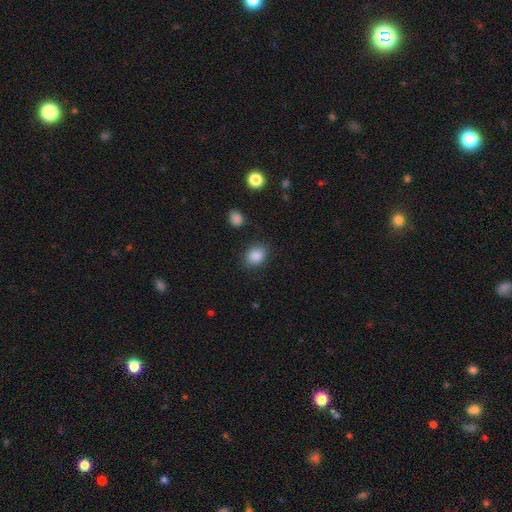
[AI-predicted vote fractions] This appears to be a smooth galaxy with no disk features (87%) that is in between round and cigar-shaped (57%). Merging: none (83%).